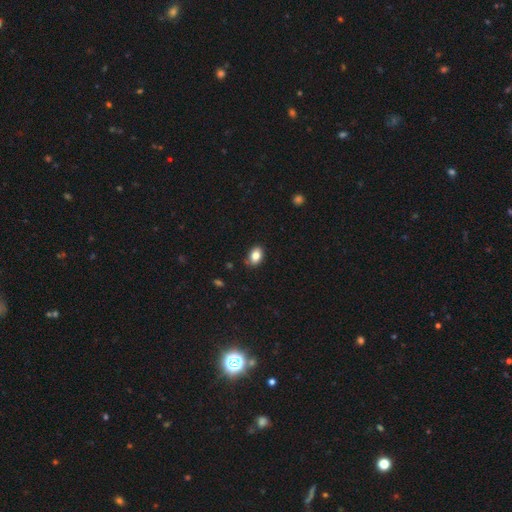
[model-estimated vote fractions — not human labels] This is clearly a smooth galaxy (83%). How rounded: clearly in between (82%). Merging: clearly none (82%).